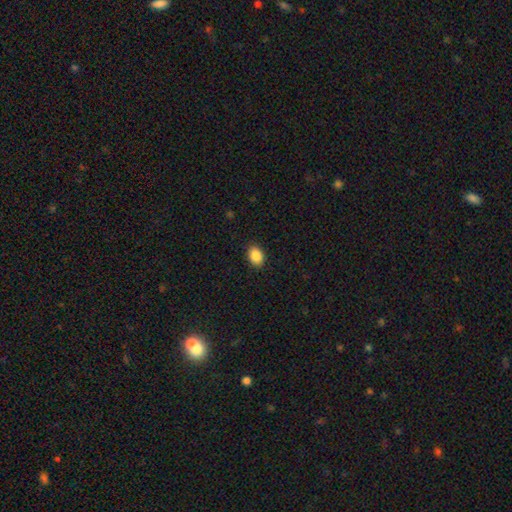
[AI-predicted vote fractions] Overall: smooth (89%). How rounded: in between (71%). Merging: none (89%).